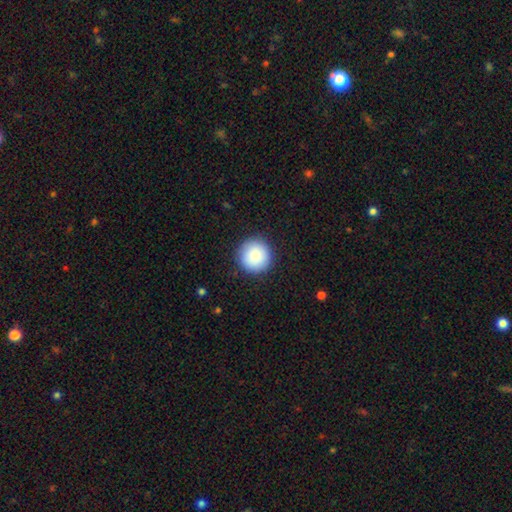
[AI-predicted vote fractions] smooth-or-featured: smooth: 86% | star or artifact: 8% | featured or disk: 6%
  how-rounded: round: 96% | in between: 3% | cigar-shaped: 1%
  merging: none: 91% | minor disturbance: 6% | major disturbance: 2% | merger: 1%